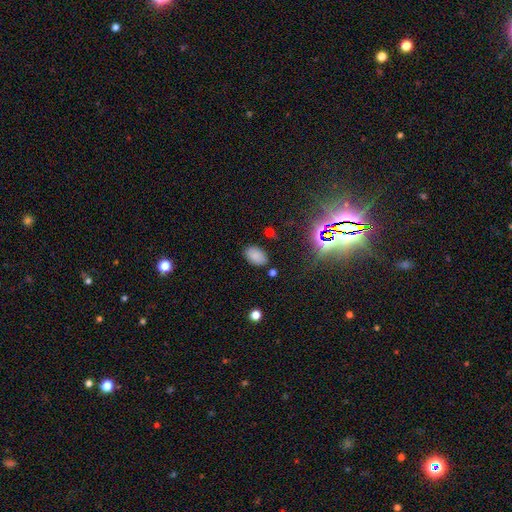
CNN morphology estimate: Q: Smooth or featured?
A: smooth (80%); runner-up: star or artifact (15%)
Q: How rounded?
A: in between (92%); runner-up: round (7%)
Q: Merging?
A: none (83%); runner-up: minor disturbance (12%)